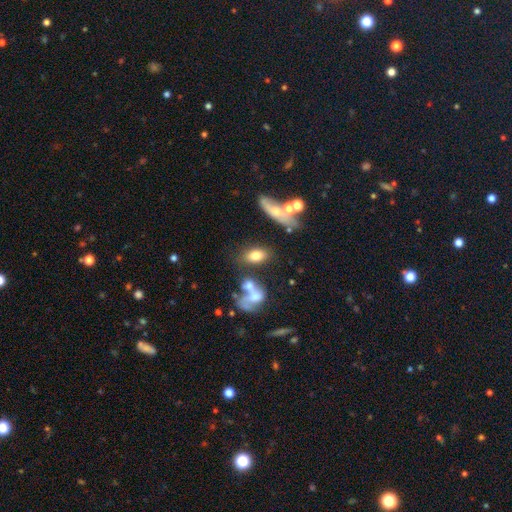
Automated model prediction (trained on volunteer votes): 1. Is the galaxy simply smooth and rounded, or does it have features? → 71% smooth, 18% featured or disk, 10% star or artifact.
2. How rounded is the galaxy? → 85% in between, 10% round, 5% cigar-shaped.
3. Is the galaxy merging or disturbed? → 57% none, 21% merger, 13% minor disturbance, 8% major disturbance.